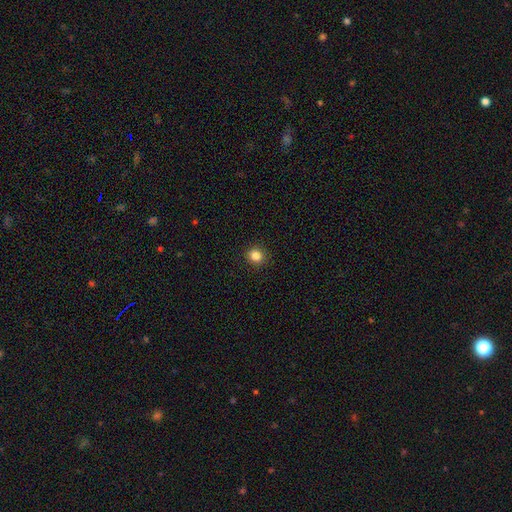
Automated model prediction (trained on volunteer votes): smooth 84%, star or artifact 12%, featured or disk 4%. Down the decision tree: how rounded — round (88%); merging — none (92%).